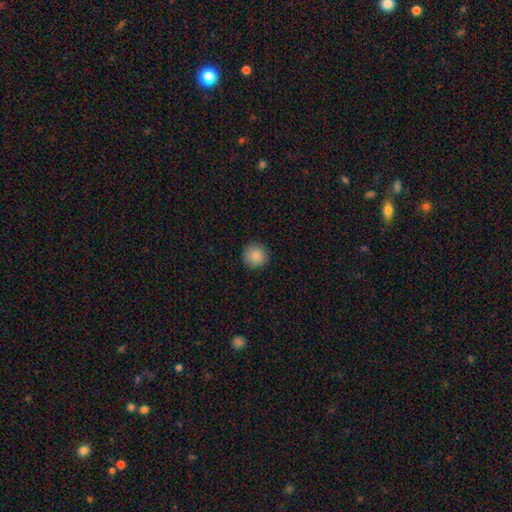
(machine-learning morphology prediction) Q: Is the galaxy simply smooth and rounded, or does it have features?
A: smooth — 87%.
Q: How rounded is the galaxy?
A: round — 95%.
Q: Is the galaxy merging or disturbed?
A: none — 92%.